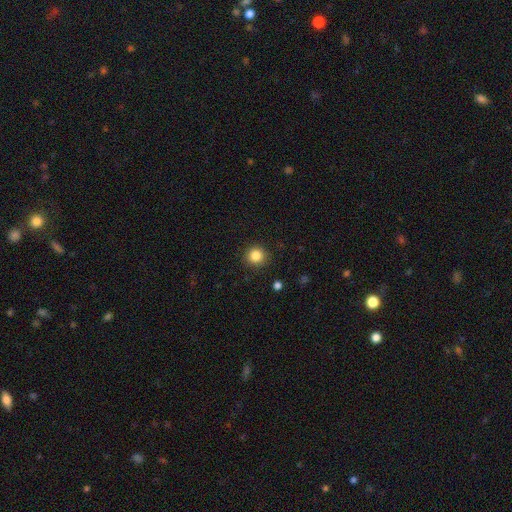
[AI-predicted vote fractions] Smooth or featured? Predicted: smooth (p=0.85). How rounded? Predicted: round (p=0.92). Merging? Predicted: none (p=0.90).